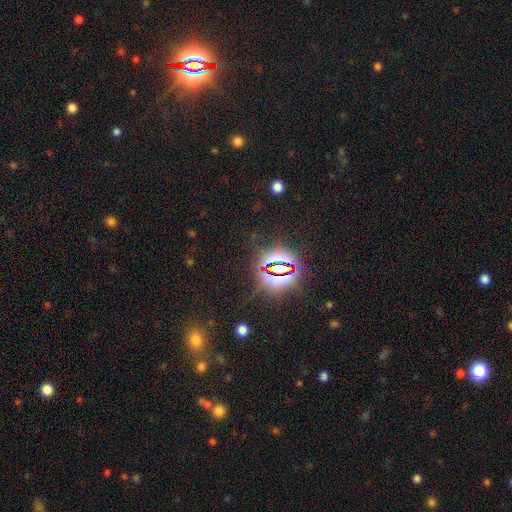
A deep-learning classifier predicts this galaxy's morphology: Smooth or featured: star or artifact — 81% (smooth — 11%)